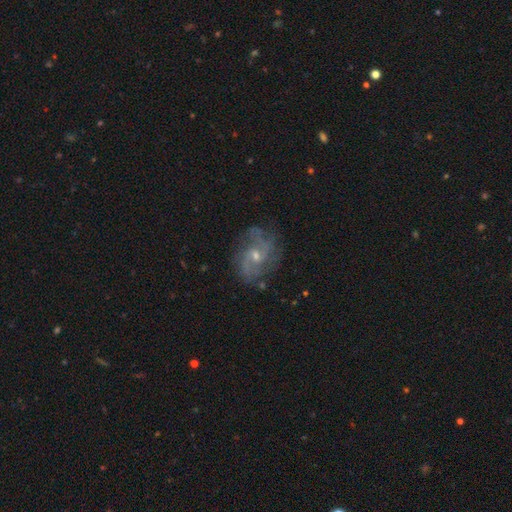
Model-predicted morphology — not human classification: featured or disk 81%, smooth 11%, star or artifact 8%. Down the decision tree: edge-on disk — no (97%); bar — no (53%); spiral arms — yes (92%); spiral arm count — 2 (51%); spiral winding — medium (46%); bulge size — small (54%); merging — none (69%).